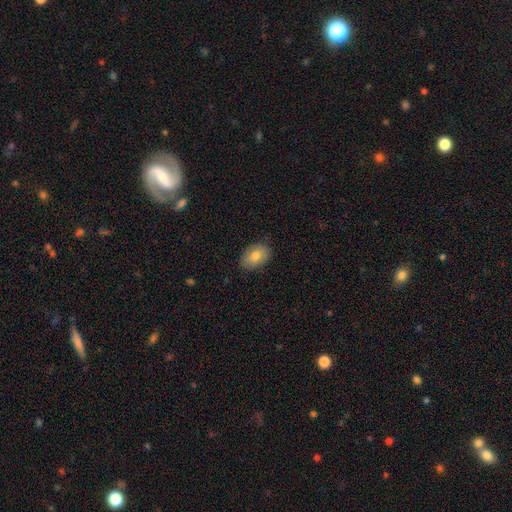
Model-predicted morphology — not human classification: Smooth or featured: smooth — 79% (featured or disk — 14%)
How rounded: in between — 84% (round — 15%)
Merging: none — 85% (minor disturbance — 11%)